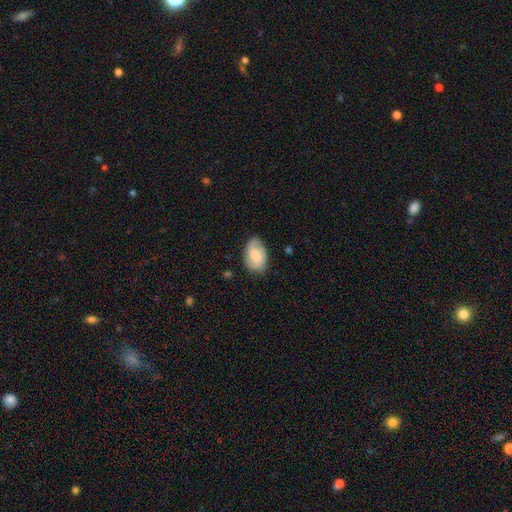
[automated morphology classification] smooth_or_featured: smooth (p=0.58) [alt: featured or disk p=0.35]
how_rounded: in between (p=0.88) [alt: round p=0.10]
merging: none (p=0.75) [alt: minor disturbance p=0.20]